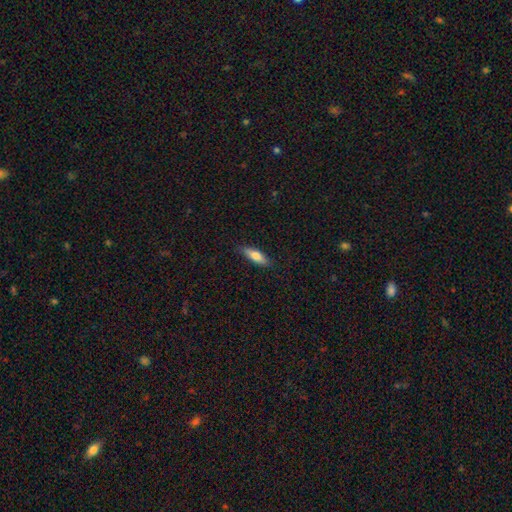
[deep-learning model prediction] A smooth galaxy with no disk features (73%) that is in between round and cigar-shaped (49%, tied with cigar-shaped). Merging: none (83%).